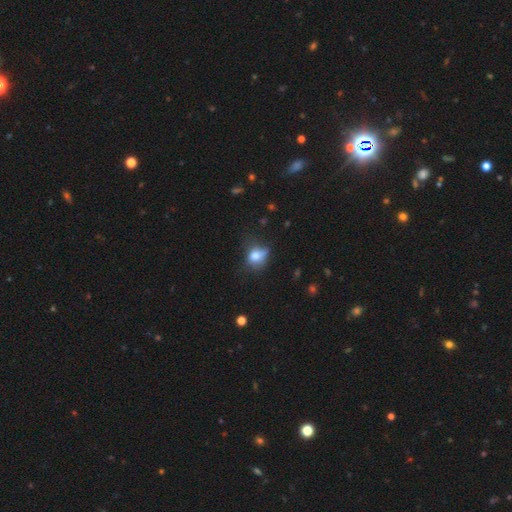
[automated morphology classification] smooth-or-featured: smooth: 71% | featured or disk: 17% | star or artifact: 12%
  how-rounded: in between: 50% | round: 48% | cigar-shaped: 2%
  merging: none: 40% | minor disturbance: 33% | major disturbance: 21% | merger: 6%